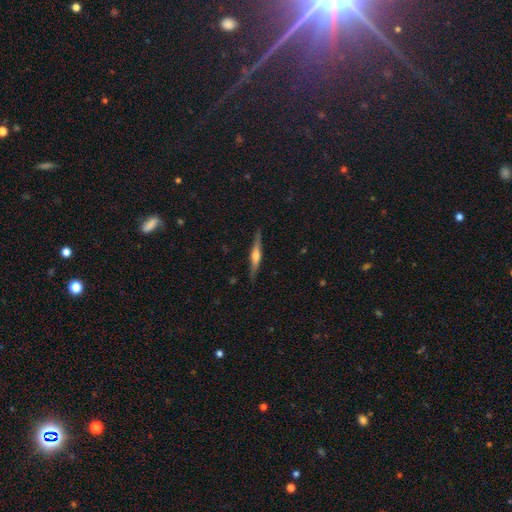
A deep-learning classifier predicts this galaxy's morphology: Smooth or featured? Predicted: featured or disk (p=0.70). Edge-on disk? Predicted: yes (p=0.97). Edge-on bulge? Predicted: rounded (p=0.83). Merging? Predicted: none (p=0.87).